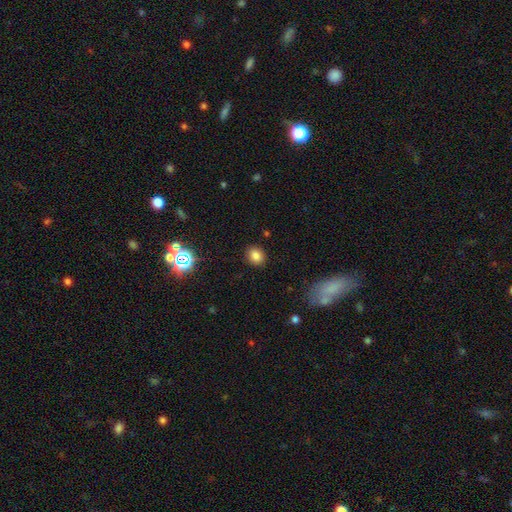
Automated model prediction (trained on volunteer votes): A smooth galaxy with no disk features (82%) that is round (65%).

Vote fractions:
- Smooth or featured? smooth: 82% / star or artifact: 13% / featured or disk: 6%
- How rounded? round: 65% / in between: 34% / cigar-shaped: 1%
- Merging? none: 89% / minor disturbance: 7% / major disturbance: 2% / merger: 1%